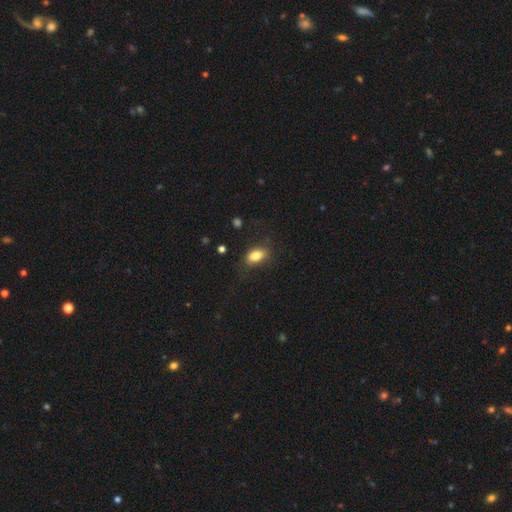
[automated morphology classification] Overall: smooth (81%). How rounded: in between (88%). Merging: none (74%).